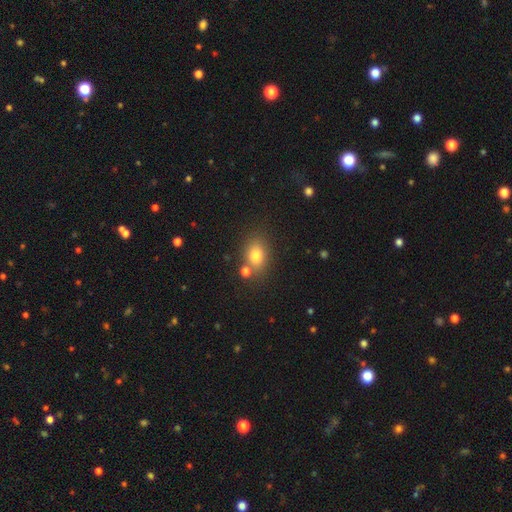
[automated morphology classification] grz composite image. It shows a smooth galaxy with no disk features (78%) that is in between round and cigar-shaped (67%). Merging: none (68%).